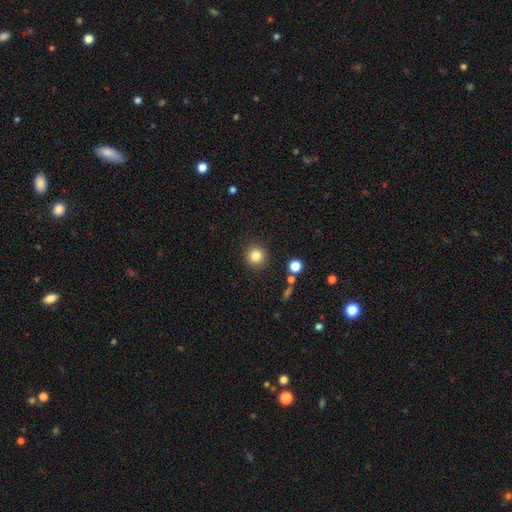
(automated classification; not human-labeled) Smooth or featured? Predicted: smooth (p=0.82). How rounded? Predicted: round (p=0.93). Merging? Predicted: none (p=0.90).